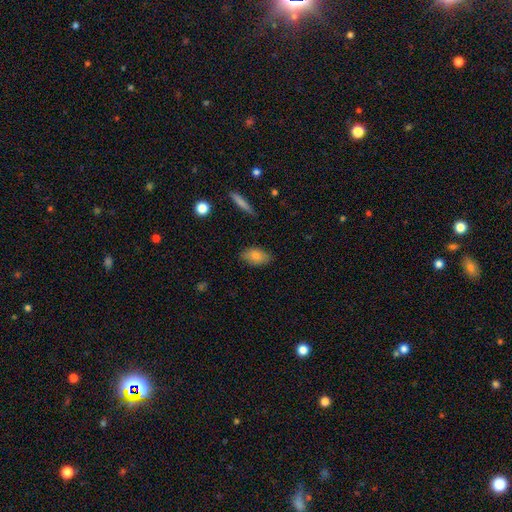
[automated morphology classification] smooth-or-featured: smooth: 77% | featured or disk: 16% | star or artifact: 8%
  how-rounded: in between: 89% | round: 7% | cigar-shaped: 4%
  merging: none: 82% | minor disturbance: 14% | major disturbance: 3% | merger: 1%